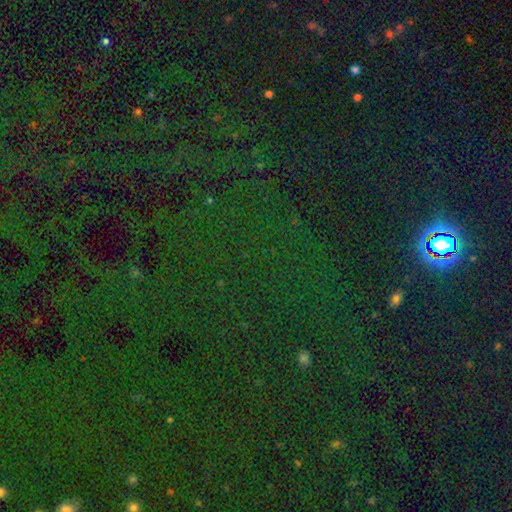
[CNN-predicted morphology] Smooth or featured? star or artifact (82%)